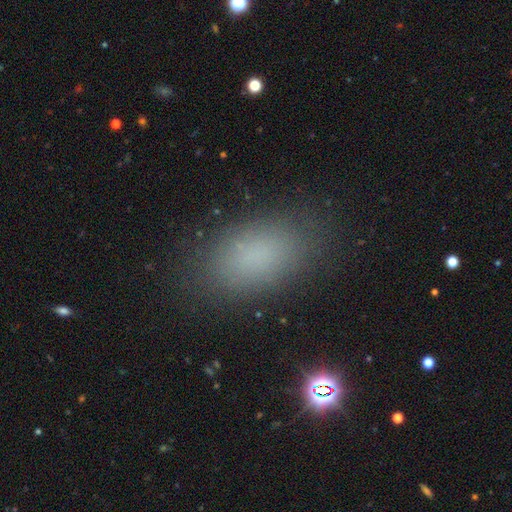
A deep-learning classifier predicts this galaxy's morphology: Smooth or featured? smooth (82%)
How rounded? in between (91%)
Merging? none (85%)